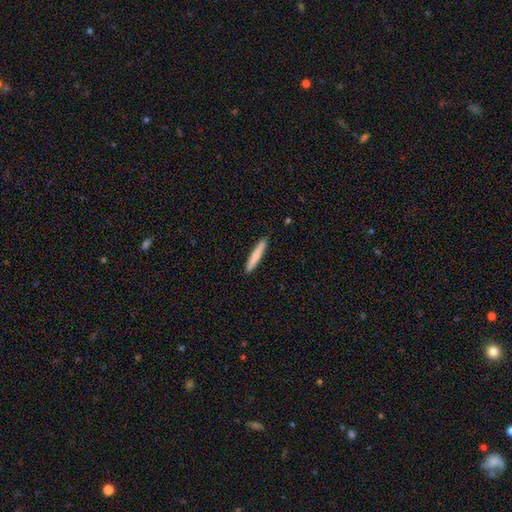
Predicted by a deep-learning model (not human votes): Smooth or featured?
  - smooth: 77% *
  - featured or disk: 18%
  - star or artifact: 5%
How rounded?
  - cigar-shaped: 95% *
  - in between: 4%
  - round: 1%
Merging?
  - none: 91% *
  - minor disturbance: 6%
  - major disturbance: 1%
  - merger: 1%